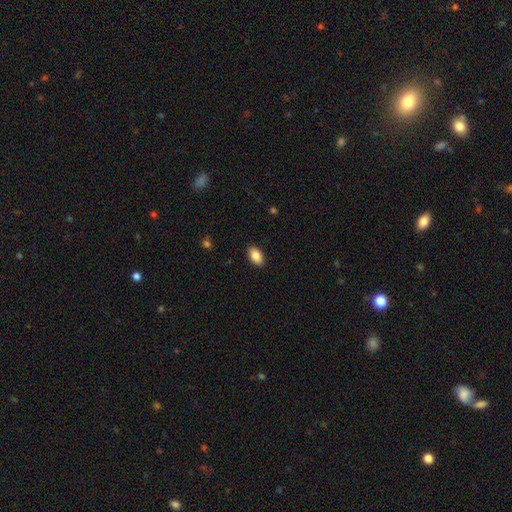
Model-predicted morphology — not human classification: smooth-or-featured: smooth: 86% | star or artifact: 7% | featured or disk: 6%
  how-rounded: in between: 93% | round: 5% | cigar-shaped: 2%
  merging: none: 89% | minor disturbance: 8% | major disturbance: 2% | merger: 1%